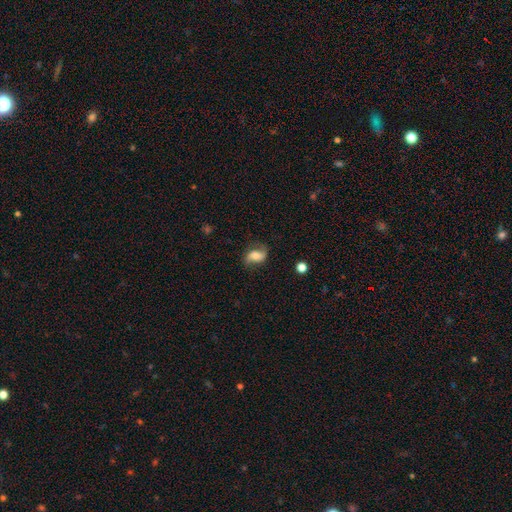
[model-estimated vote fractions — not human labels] A featured or disk galaxy (58%) with no bar (46%), 2 (86%) loose (62%) spiral arms (90%) and a moderate central bulge (43%). Merging: none (68%).